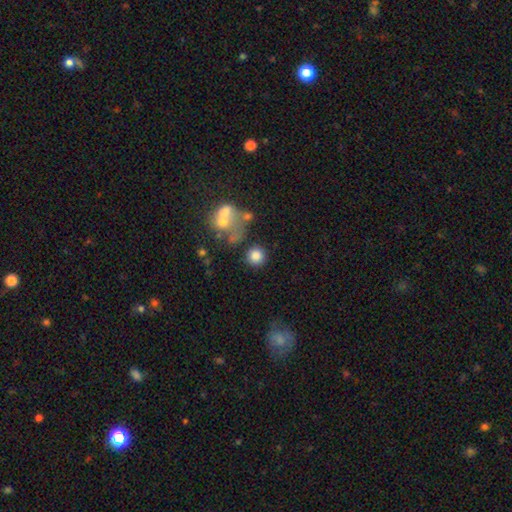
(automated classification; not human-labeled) Smooth or featured? smooth (81%)
How rounded? round (91%)
Merging? none (73%)